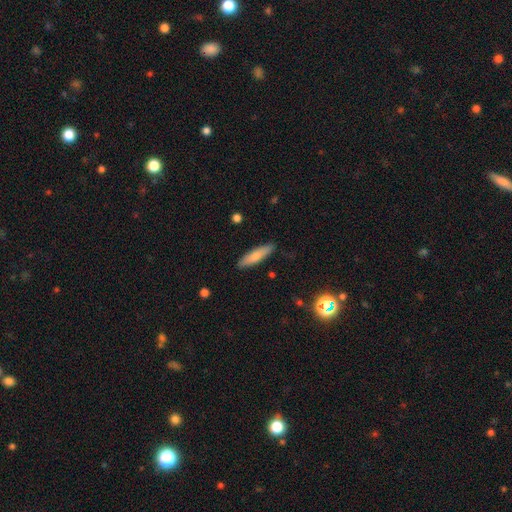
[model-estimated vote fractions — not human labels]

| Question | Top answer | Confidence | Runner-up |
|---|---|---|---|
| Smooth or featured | smooth | 74% | featured or disk (20%) |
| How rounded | cigar-shaped | 77% | in between (22%) |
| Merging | none | 88% | minor disturbance (9%) |